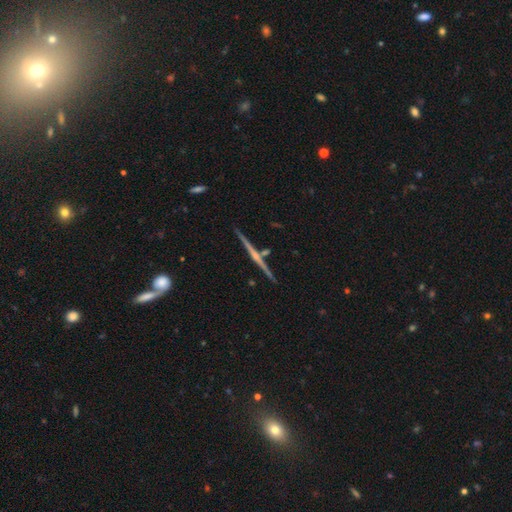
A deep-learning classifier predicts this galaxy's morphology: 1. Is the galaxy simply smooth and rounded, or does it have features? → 78% featured or disk, 16% smooth, 6% star or artifact.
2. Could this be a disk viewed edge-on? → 98% yes, 2% no.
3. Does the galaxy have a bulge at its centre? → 56% rounded, 35% none, 9% boxy.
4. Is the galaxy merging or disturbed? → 86% none, 7% minor disturbance, 5% merger, 2% major disturbance.